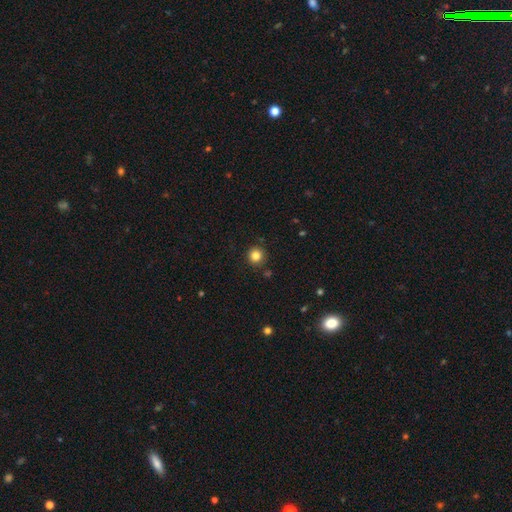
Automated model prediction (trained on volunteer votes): Smooth or featured?
  - smooth: 83% *
  - star or artifact: 12%
  - featured or disk: 5%
How rounded?
  - round: 95% *
  - in between: 4%
  - cigar-shaped: 1%
Merging?
  - none: 91% *
  - minor disturbance: 6%
  - merger: 2%
  - major disturbance: 2%